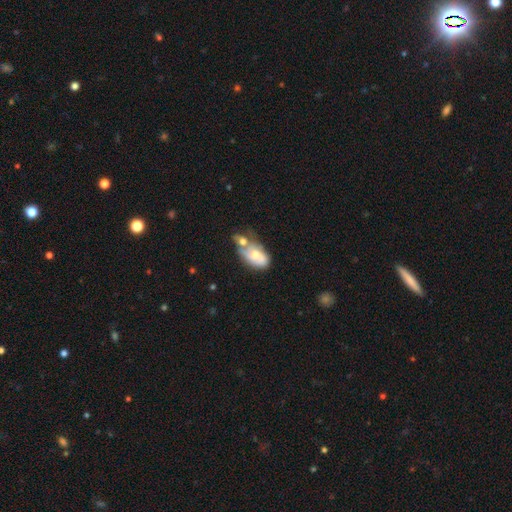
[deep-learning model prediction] Smooth or featured? smooth (52%)
How rounded? in between (90%)
Merging? merger (54%)